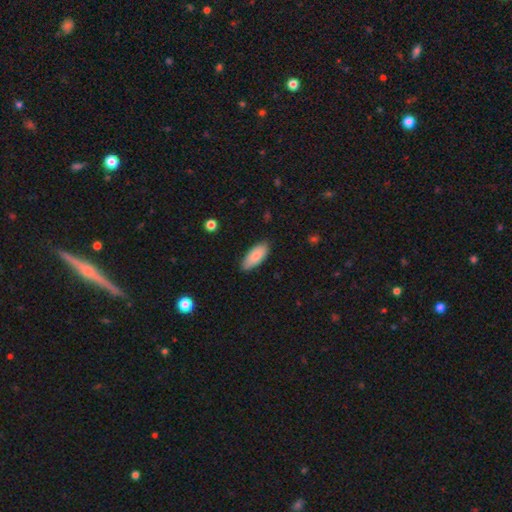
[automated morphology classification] A smooth galaxy with no disk features (84%) that is in between round and cigar-shaped (83%).

Vote fractions:
- Smooth or featured? smooth: 84% / featured or disk: 10% / star or artifact: 6%
- How rounded? in between: 83% / cigar-shaped: 15% / round: 2%
- Merging? none: 84% / minor disturbance: 13% / major disturbance: 2% / merger: 1%